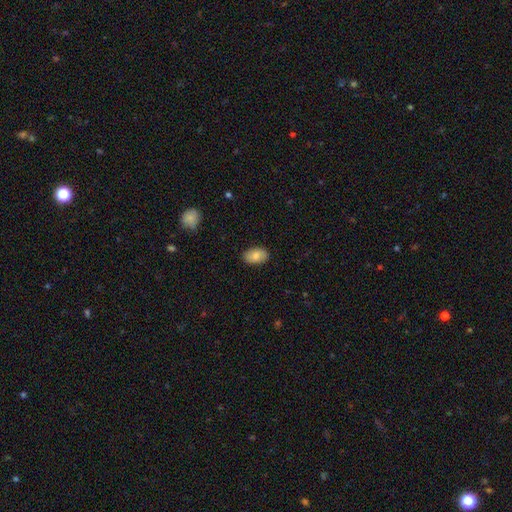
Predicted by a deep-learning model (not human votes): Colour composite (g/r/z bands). It shows a smooth galaxy with no disk features (80%) that is in between round and cigar-shaped (92%). Merging: none (87%).